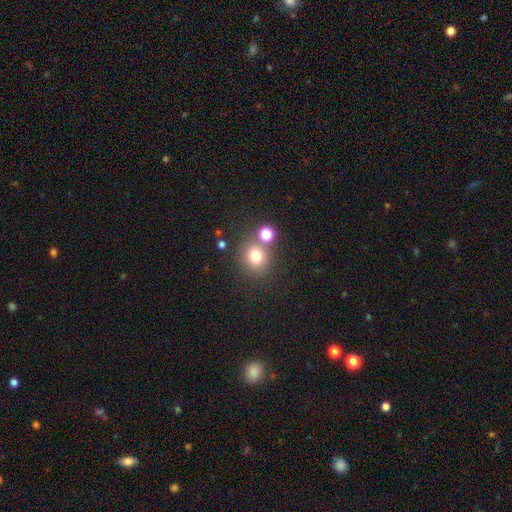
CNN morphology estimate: Smooth or featured? Predicted: smooth (p=0.76). How rounded? Predicted: round (p=0.90). Merging? Predicted: none (p=0.70).